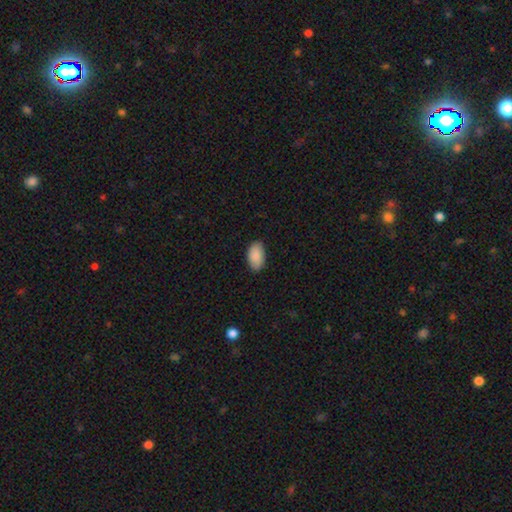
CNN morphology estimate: The model was most divided on "merging": none: 83%, minor disturbance: 14%, major disturbance: 2%, merger: 1%. More confident: how rounded — in between (94%); smooth or featured — smooth (90%).